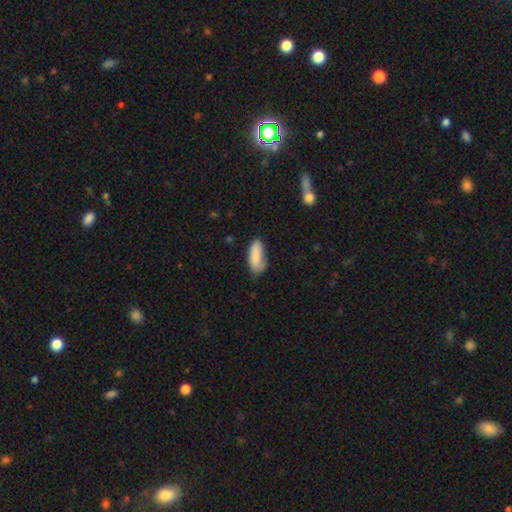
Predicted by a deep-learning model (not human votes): The model was most divided on "merging": none: 63%, minor disturbance: 29%, major disturbance: 6%, merger: 3%. More confident: smooth or featured — smooth (85%); how rounded — in between (75%).